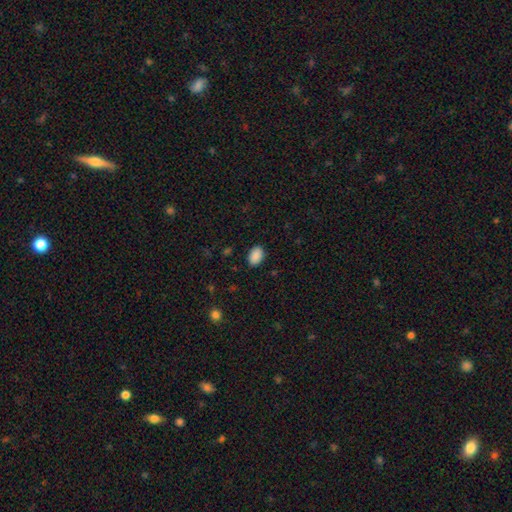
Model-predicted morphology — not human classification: The model was most divided on "how rounded": in between: 86%, round: 13%, cigar-shaped: 1%. More confident: smooth or featured — smooth (90%); merging — none (88%).